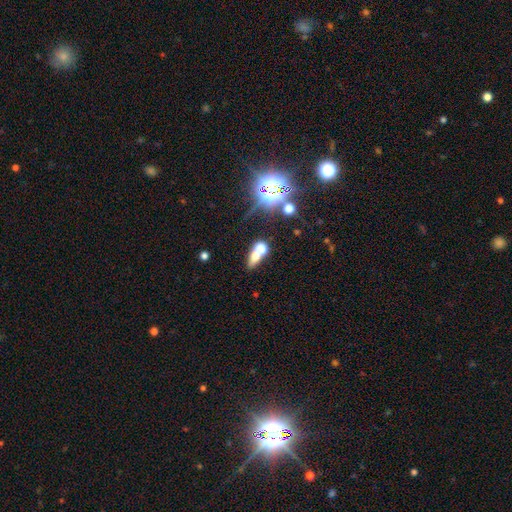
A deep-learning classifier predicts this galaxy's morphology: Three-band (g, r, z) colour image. It shows a smooth galaxy with no disk features (61%) that is in between round and cigar-shaped (64%). Merging: merger (47%).